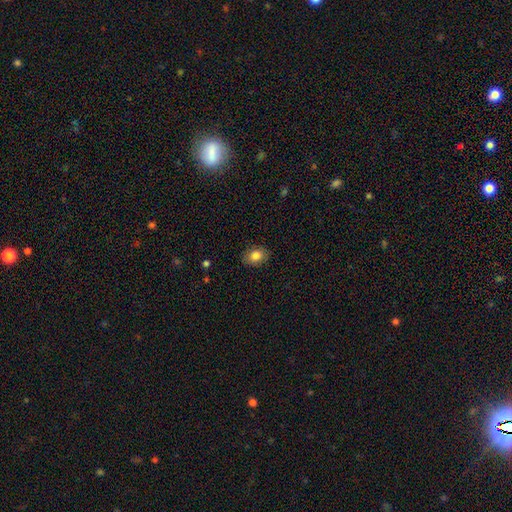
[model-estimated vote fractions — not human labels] This appears to be a smooth galaxy with no disk features (83%) that is in between round and cigar-shaped (66%). Merging: none (87%).